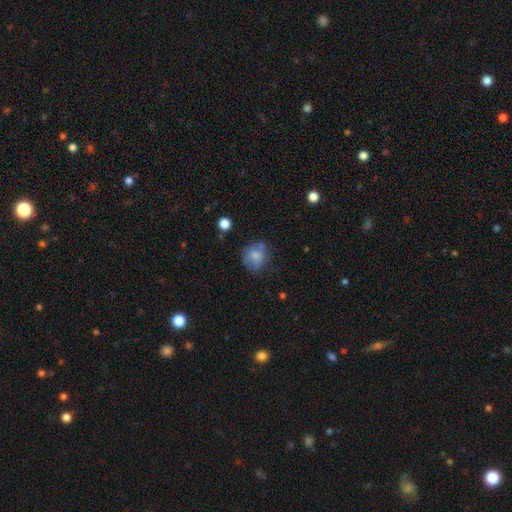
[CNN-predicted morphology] Overall: smooth (67%). How rounded: round (75%). Merging: none (54%; minor disturbance 26%).